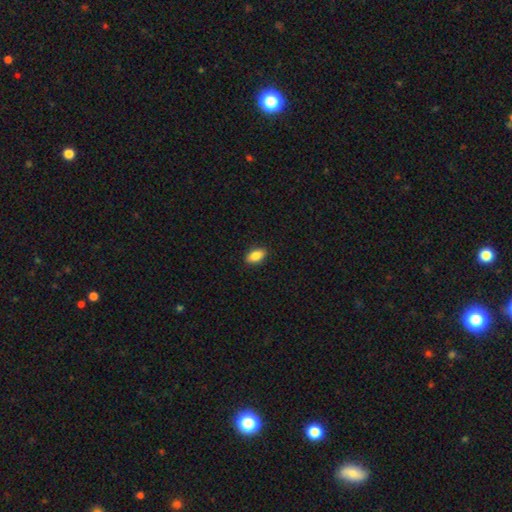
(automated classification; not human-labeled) Smooth or featured? Predicted: smooth (p=0.85). How rounded? Predicted: in between (p=0.90). Merging? Predicted: none (p=0.90).